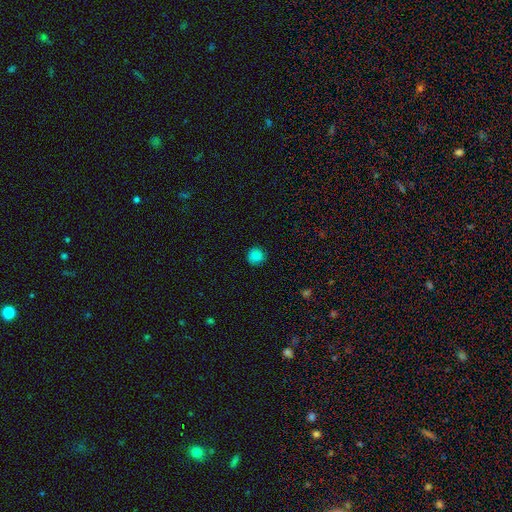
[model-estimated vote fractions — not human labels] Overall: smooth (84%). How rounded: round (93%). Merging: none (89%).